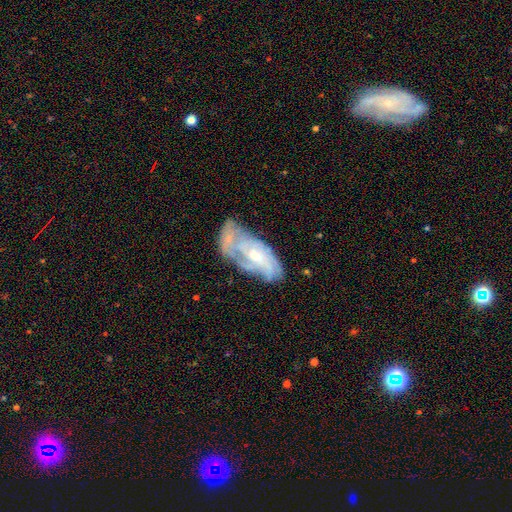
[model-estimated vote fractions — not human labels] smooth_or_featured: featured or disk (p=0.71) [alt: smooth p=0.21]
disk_edge_on: no (p=0.91) [alt: yes p=0.09]
bar: no (p=0.59) [alt: weak p=0.33]
has_spiral_arms: yes (p=0.76) [alt: no p=0.24]
bulge_size: small (p=0.48) [alt: moderate p=0.42]
merging: none (p=0.51) [alt: minor disturbance p=0.27]